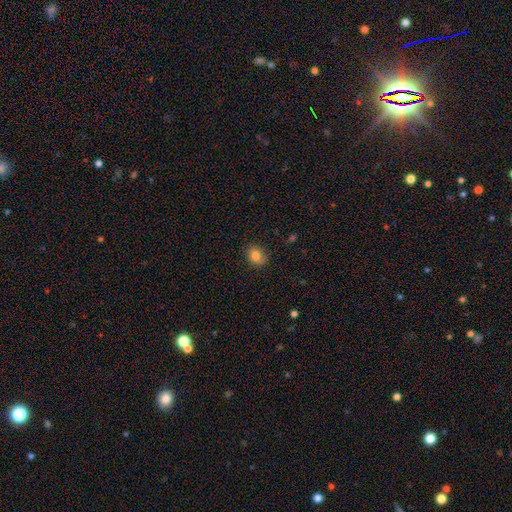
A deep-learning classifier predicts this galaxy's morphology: Overall: smooth (82%). How rounded: round (57%; in between 42%). Merging: none (82%).